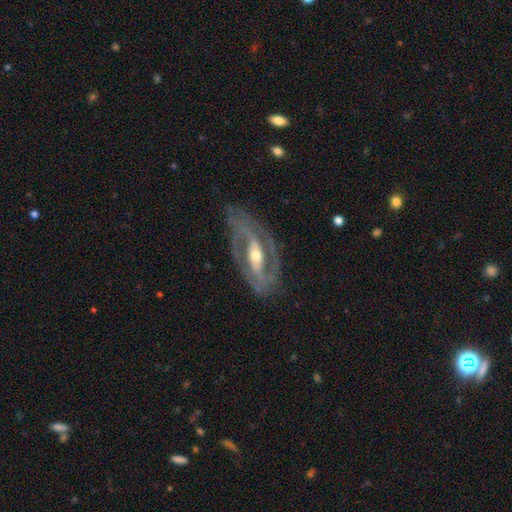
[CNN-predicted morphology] A featured or disk galaxy (88%) with a strong bar (52%), 2 (88%) medium (47%) spiral arms (89%) and a moderate central bulge (64%). Merging: none (75%).